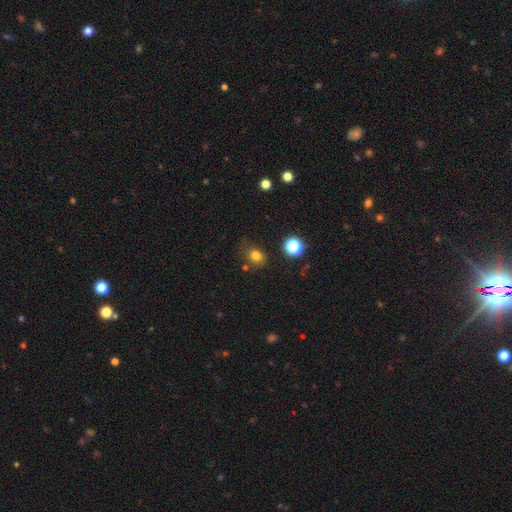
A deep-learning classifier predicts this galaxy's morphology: smooth_or_featured: smooth (p=0.77) [alt: star or artifact p=0.16]
how_rounded: round (p=0.61) [alt: in between p=0.38]
merging: none (p=0.67) [alt: minor disturbance p=0.21]